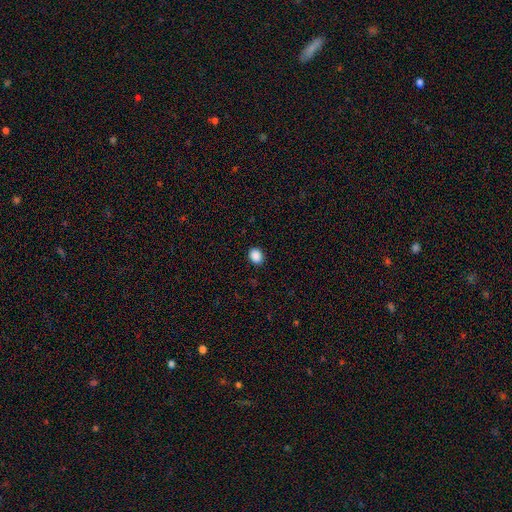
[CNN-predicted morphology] This appears to be a smooth galaxy with no disk features (89%) that is round (55%). Merging: none (91%).